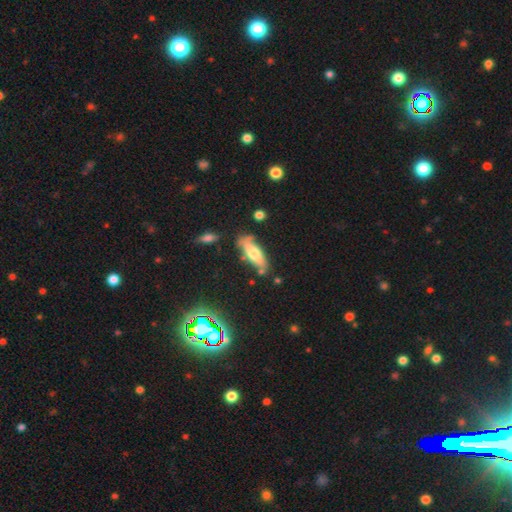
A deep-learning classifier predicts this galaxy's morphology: Smooth or featured? smooth (60%)
How rounded? in between (55%)
Merging? none (67%)